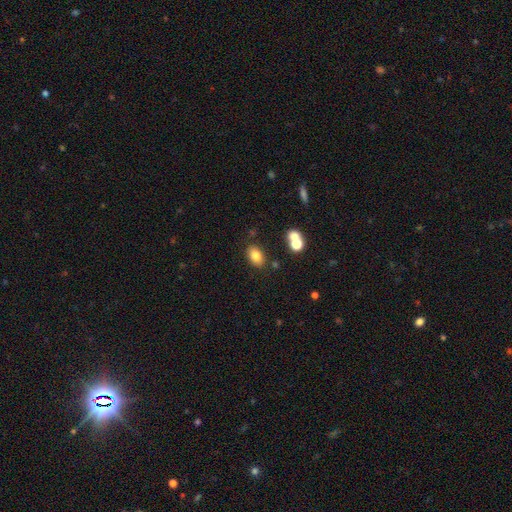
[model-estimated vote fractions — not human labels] smooth-or-featured: smooth: 82% | star or artifact: 10% | featured or disk: 8%
  how-rounded: in between: 87% | round: 11% | cigar-shaped: 2%
  merging: none: 80% | minor disturbance: 10% | merger: 6% | major disturbance: 3%